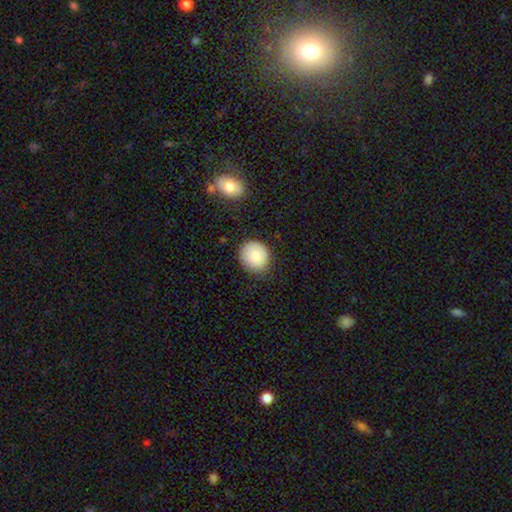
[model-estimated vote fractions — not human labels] Smooth or featured? smooth (81%)
How rounded? round (85%)
Merging? none (83%)